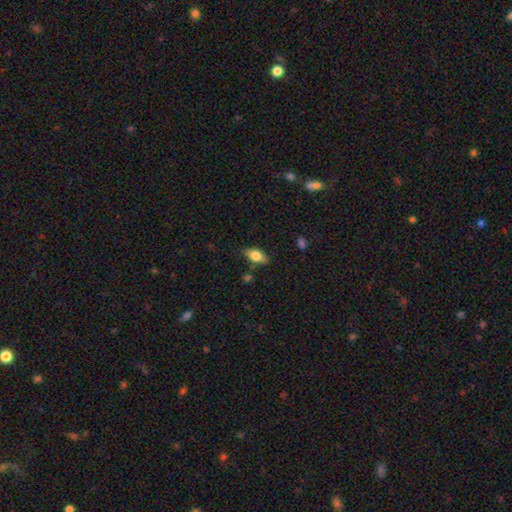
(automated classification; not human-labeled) Morphology: type=smooth (74%); roundness=in between (87%); merging=none (77%).